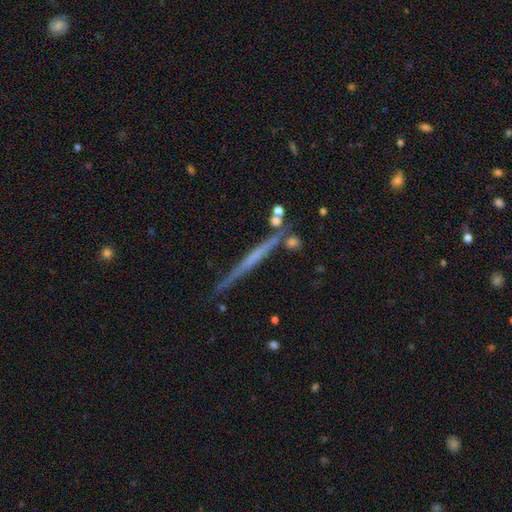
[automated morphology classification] This is likely a featured or disk galaxy (61%). It is clearly viewed edge-on (97%). Edge-on bulge: likely none (79%). Merging: clearly none (83%).